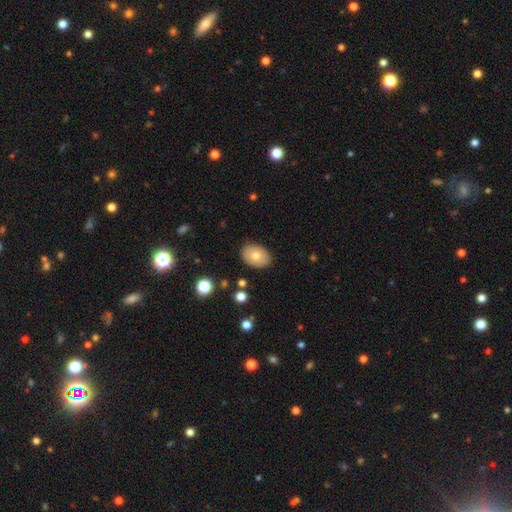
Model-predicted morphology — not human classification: A smooth galaxy with no disk features (74%) that is in between round and cigar-shaped (79%). Merging: none (86%).